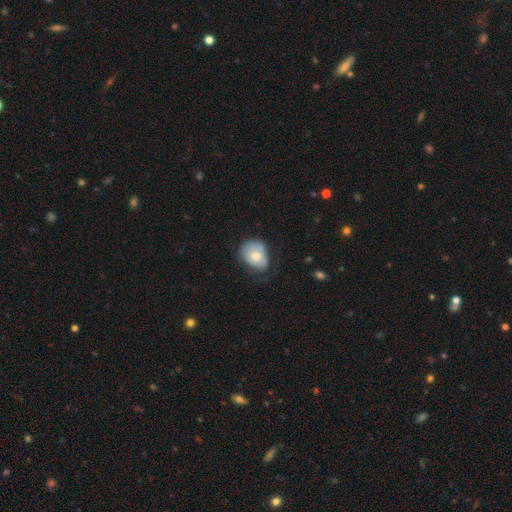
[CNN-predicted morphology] Q: Smooth or featured?
A: smooth (67%); runner-up: featured or disk (26%)
Q: How rounded?
A: in between (64%); runner-up: round (36%)
Q: Merging?
A: none (46%); runner-up: minor disturbance (37%)